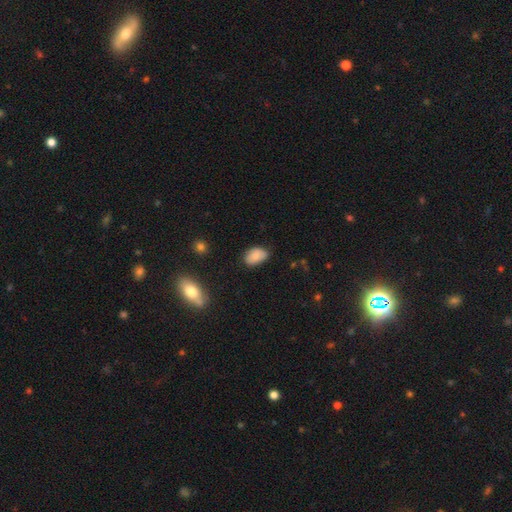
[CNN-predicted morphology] smooth_or_featured: smooth (p=0.80) [alt: featured or disk p=0.11]
how_rounded: in between (p=0.87) [alt: round p=0.12]
merging: none (p=0.70) [alt: minor disturbance p=0.24]